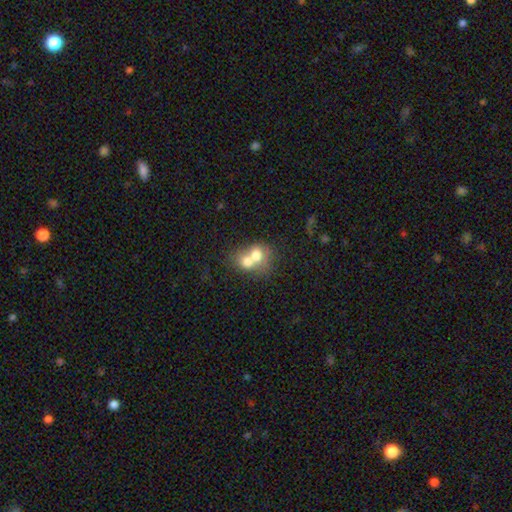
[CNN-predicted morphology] Q: Smooth or featured?
A: smooth (68%); runner-up: featured or disk (23%)
Q: How rounded?
A: round (61%); runner-up: in between (38%)
Q: Merging?
A: merger (73%); runner-up: none (18%)